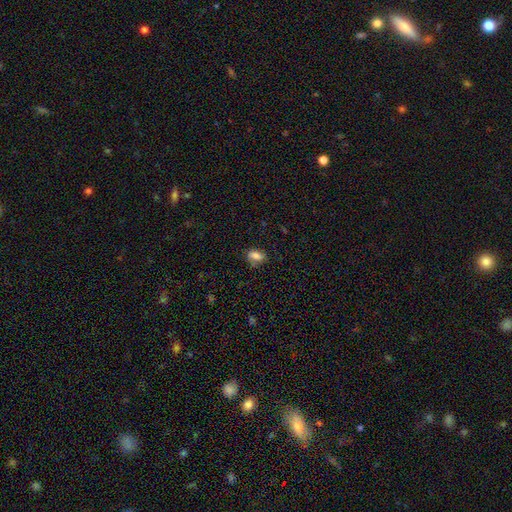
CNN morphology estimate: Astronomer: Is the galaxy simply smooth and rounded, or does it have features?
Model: smooth — 79%.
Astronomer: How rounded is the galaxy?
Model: in between — 83%.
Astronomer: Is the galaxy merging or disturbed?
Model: none — 72%.